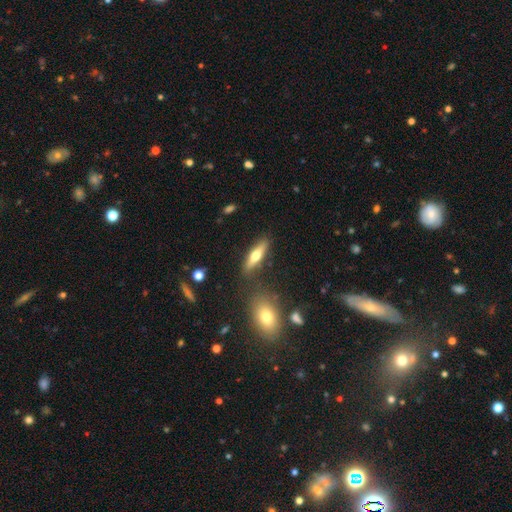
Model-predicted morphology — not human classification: This appears to be a smooth galaxy with no disk features (50%) that is cigar-shaped (67%). Merging: none (80%).